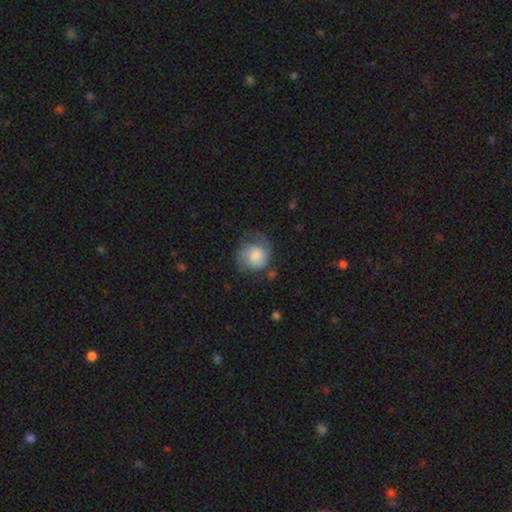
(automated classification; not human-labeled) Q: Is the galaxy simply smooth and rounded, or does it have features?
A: smooth — 54%.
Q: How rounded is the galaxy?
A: round — 80%.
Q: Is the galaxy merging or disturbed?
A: none — 52%.